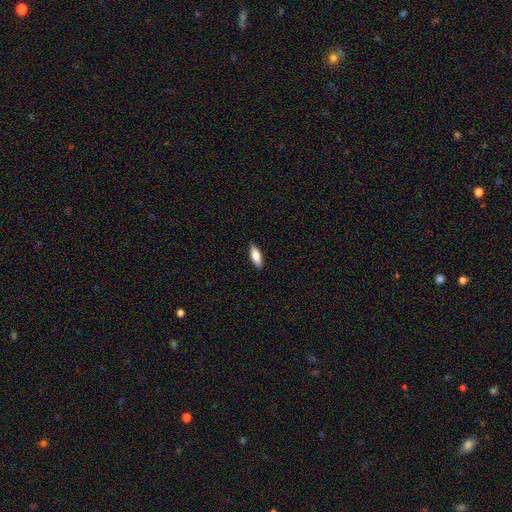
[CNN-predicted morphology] The model was most divided on "how rounded": in between: 62%, cigar-shaped: 36%, round: 2%. More confident: merging — none (89%); smooth or featured — smooth (82%).